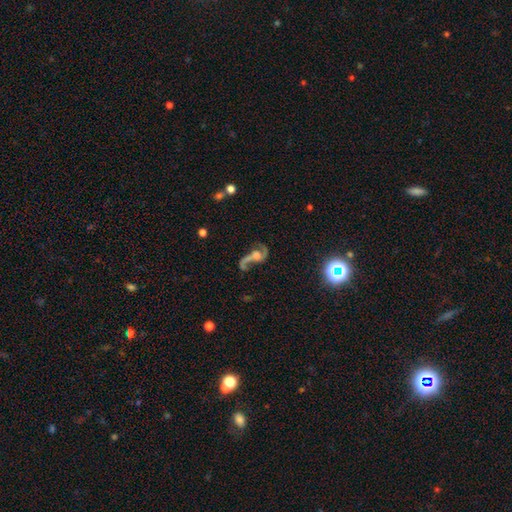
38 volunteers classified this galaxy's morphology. A featured or disk galaxy (87%) with no bar (59%), 2 (97%) loose (80%) spiral arms (94%) and a moderate central bulge (53%). Merging: none (47%).